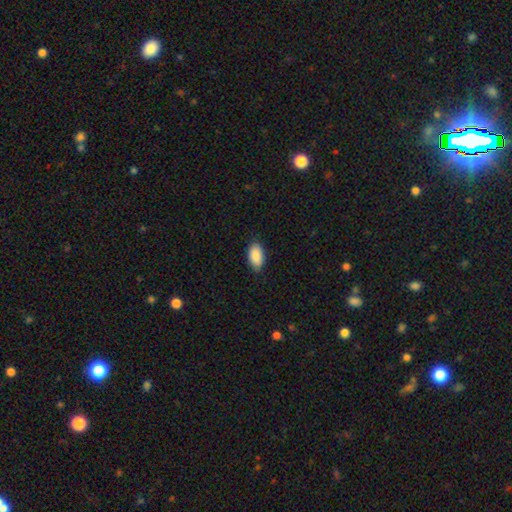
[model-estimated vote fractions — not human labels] Smooth or featured: smooth — 90% (star or artifact — 6%)
How rounded: in between — 94% (round — 3%)
Merging: none — 82% (minor disturbance — 15%)